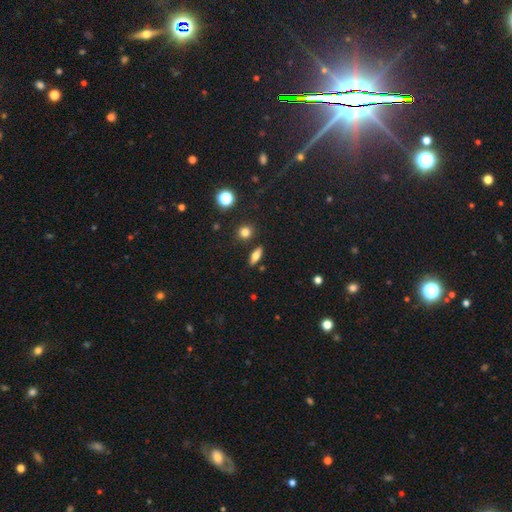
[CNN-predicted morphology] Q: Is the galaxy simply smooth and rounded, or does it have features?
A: smooth — 65%.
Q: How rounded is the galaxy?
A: in between — 62%.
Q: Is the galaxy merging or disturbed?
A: none — 85%.